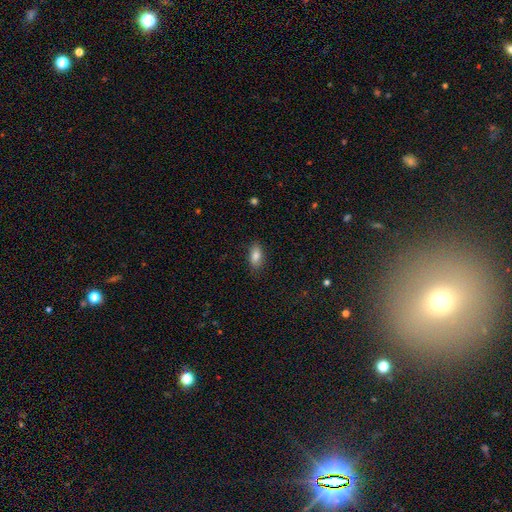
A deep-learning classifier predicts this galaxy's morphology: Smooth or featured?
  - smooth: 84% *
  - featured or disk: 8%
  - star or artifact: 8%
How rounded?
  - in between: 87% *
  - cigar-shaped: 9%
  - round: 3%
Merging?
  - none: 86% *
  - minor disturbance: 10%
  - major disturbance: 2%
  - merger: 1%